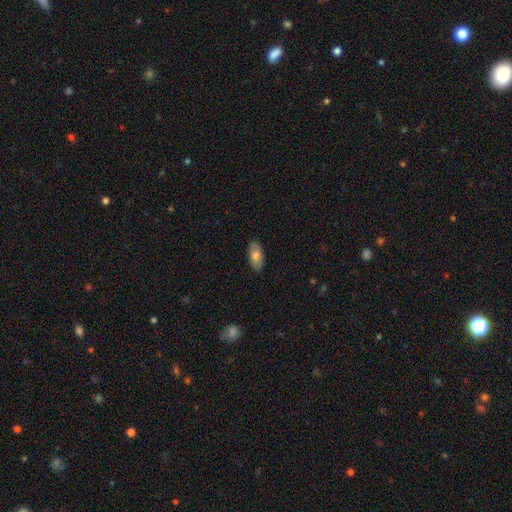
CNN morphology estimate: This is likely a smooth galaxy (74%). How rounded: clearly in between (92%). Merging: clearly none (87%).